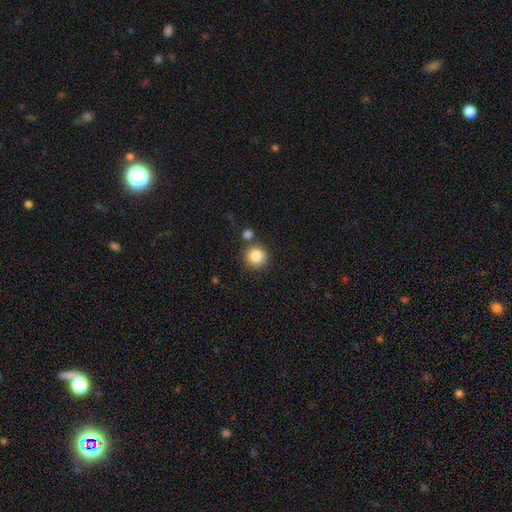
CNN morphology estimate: A smooth galaxy with no disk features (85%) that is round (93%). Merging: none (76%).